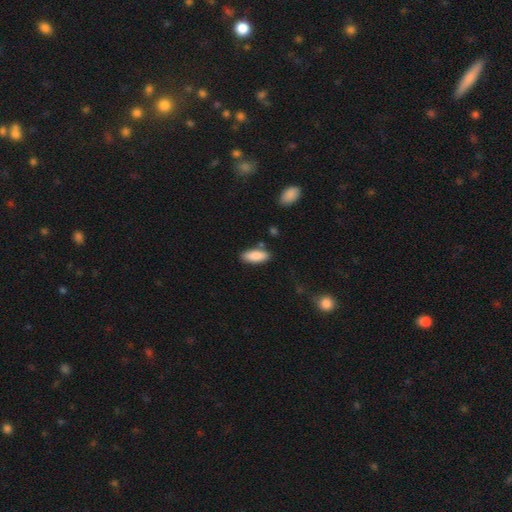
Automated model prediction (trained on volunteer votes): smooth_or_featured: smooth (p=0.89) [alt: star or artifact p=0.06]
how_rounded: in between (p=0.80) [alt: cigar-shaped p=0.18]
merging: none (p=0.82) [alt: minor disturbance p=0.12]